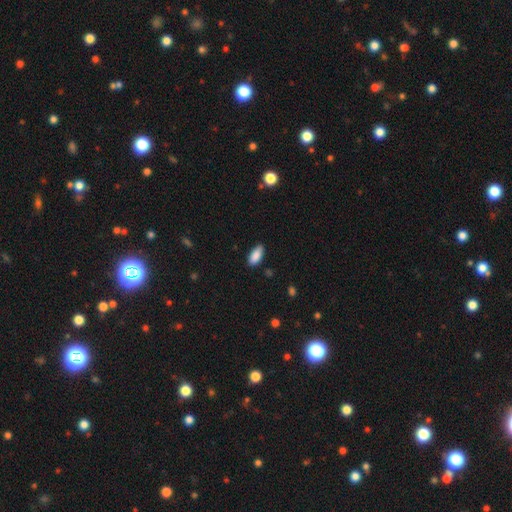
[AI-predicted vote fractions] Overall: smooth (89%). How rounded: in between (89%). Merging: none (84%).